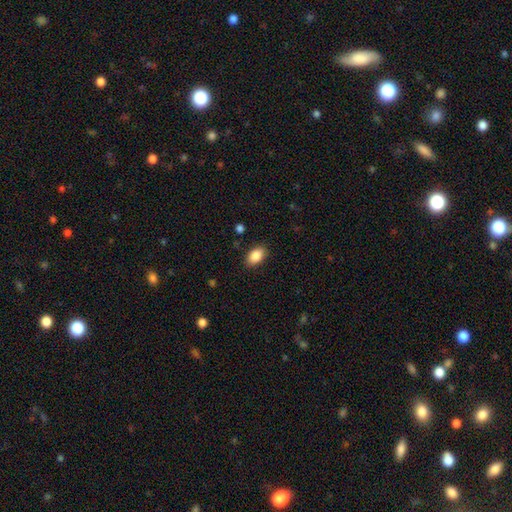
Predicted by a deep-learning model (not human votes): Smooth or featured? Predicted: smooth (p=0.88). How rounded? Predicted: in between (p=0.90). Merging? Predicted: none (p=0.88).